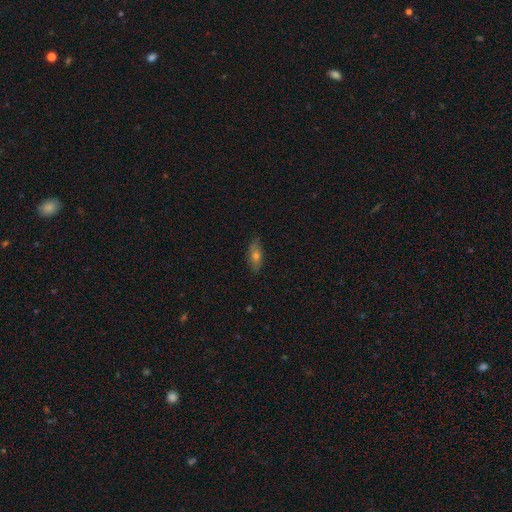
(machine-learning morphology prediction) The model was most divided on "smooth or featured": smooth: 54%, featured or disk: 35%, star or artifact: 11%. More confident: merging — none (83%); how rounded — in between (63%).